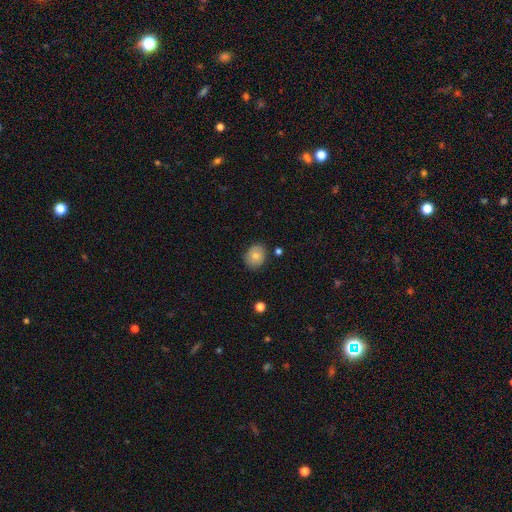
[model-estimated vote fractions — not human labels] This appears to be a smooth galaxy with no disk features (79%) that is round (58%). Merging: none (82%).